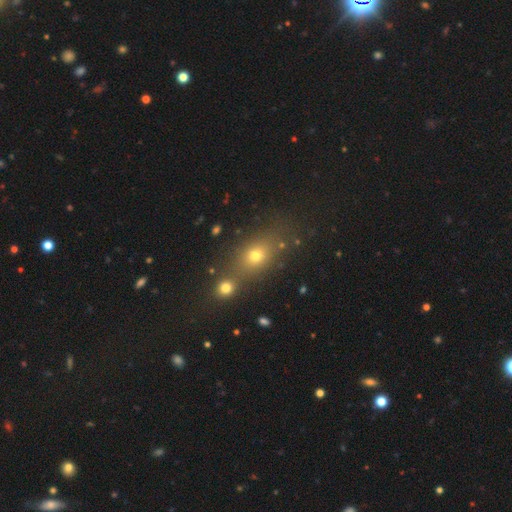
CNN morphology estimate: Overall: smooth (61%; star or artifact 24%). How rounded: in between (53%; round 41%). Merging: none (60%; merger 24%).